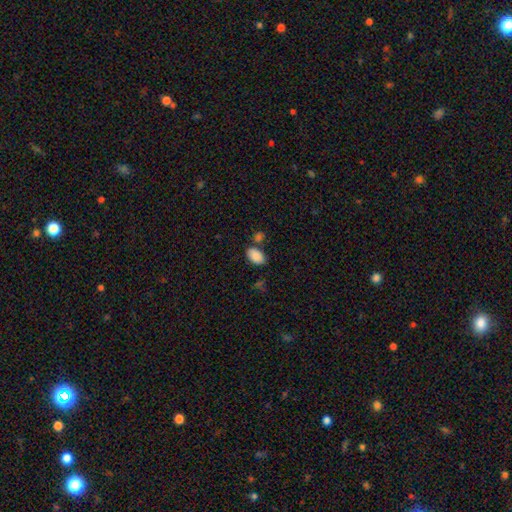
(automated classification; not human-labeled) A smooth galaxy with no disk features (88%) that is in between round and cigar-shaped (93%).

Vote fractions:
- Smooth or featured? smooth: 88% / star or artifact: 8% / featured or disk: 4%
- How rounded? in between: 93% / round: 6% / cigar-shaped: 1%
- Merging? none: 69% / merger: 14% / minor disturbance: 13% / major disturbance: 4%